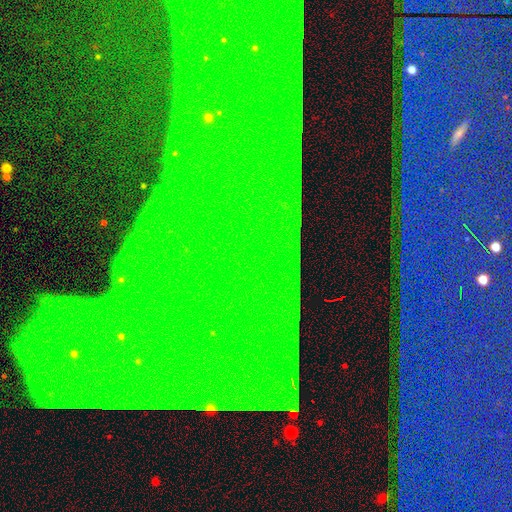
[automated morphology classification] This appears to be a star or artifact, not a galaxy (86%).